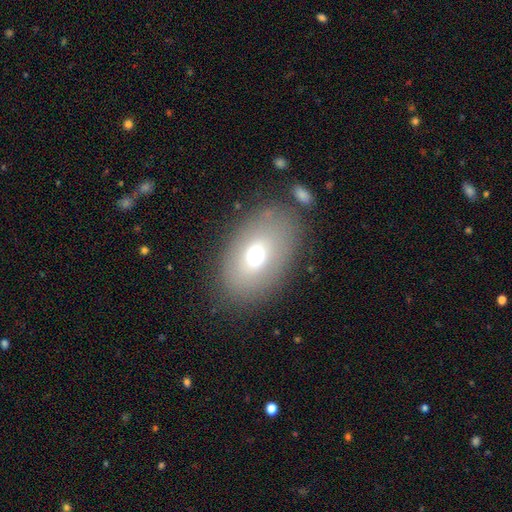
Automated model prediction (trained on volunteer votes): A smooth galaxy with no disk features (65%) that is in between round and cigar-shaped (80%).

Vote fractions:
- Smooth or featured? smooth: 65% / featured or disk: 22% / star or artifact: 13%
- How rounded? in between: 80% / round: 19% / cigar-shaped: 1%
- Merging? none: 80% / minor disturbance: 11% / major disturbance: 6% / merger: 3%